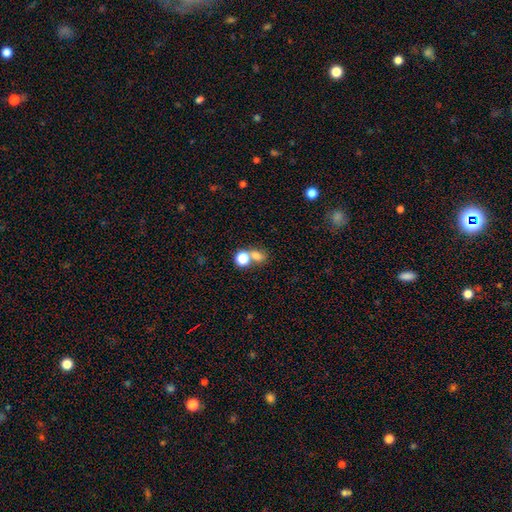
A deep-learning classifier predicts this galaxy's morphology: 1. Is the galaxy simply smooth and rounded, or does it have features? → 72% smooth, 17% star or artifact, 11% featured or disk.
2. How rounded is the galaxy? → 56% round, 42% in between, 2% cigar-shaped.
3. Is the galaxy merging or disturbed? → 47% merger, 40% none, 8% minor disturbance, 5% major disturbance.